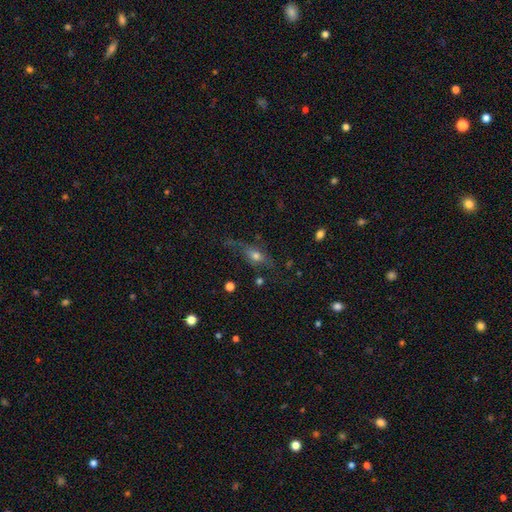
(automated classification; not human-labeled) Smooth or featured? smooth (48%)
Merging? none (50%)